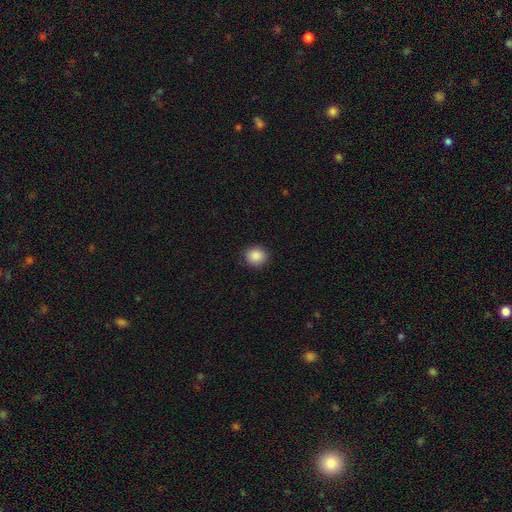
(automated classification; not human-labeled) Smooth or featured?
  - smooth: 89% *
  - star or artifact: 9%
  - featured or disk: 3%
How rounded?
  - round: 84% *
  - in between: 15%
  - cigar-shaped: 1%
Merging?
  - none: 90% *
  - minor disturbance: 7%
  - major disturbance: 2%
  - merger: 1%